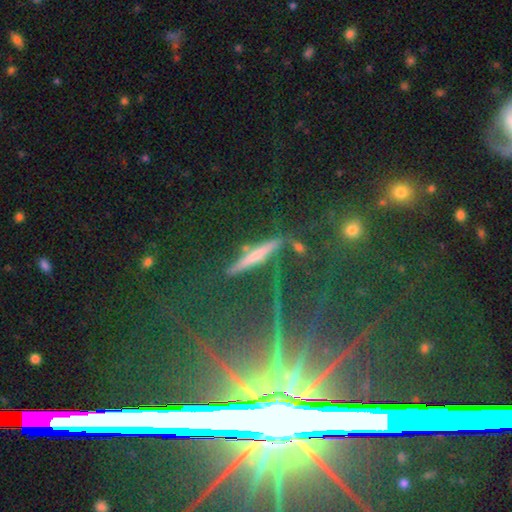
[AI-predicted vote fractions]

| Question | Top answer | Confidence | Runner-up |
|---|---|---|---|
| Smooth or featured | featured or disk | 49% | smooth (27%) |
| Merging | none | 80% | minor disturbance (13%) |